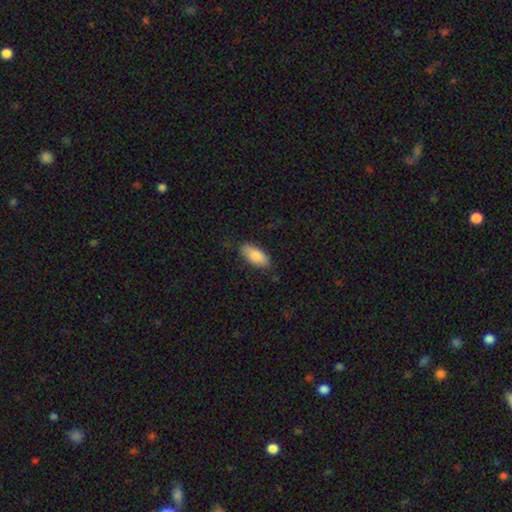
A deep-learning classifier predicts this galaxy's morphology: This appears to be a smooth galaxy with no disk features (86%) that is in between round and cigar-shaped (87%). Merging: none (82%).